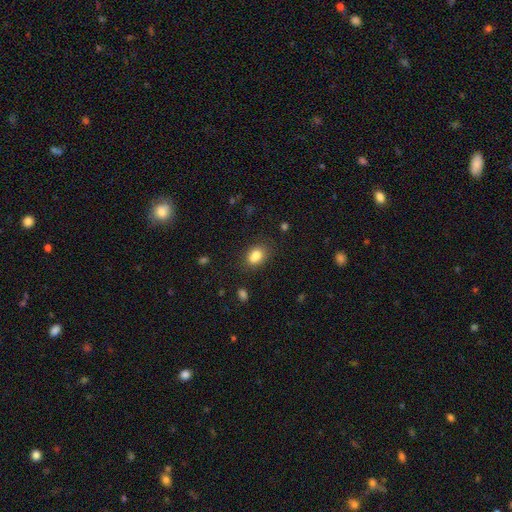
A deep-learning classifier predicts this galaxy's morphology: smooth_or_featured: smooth (p=0.82) [alt: star or artifact p=0.10]
how_rounded: in between (p=0.68) [alt: round p=0.30]
merging: none (p=0.69) [alt: minor disturbance p=0.18]